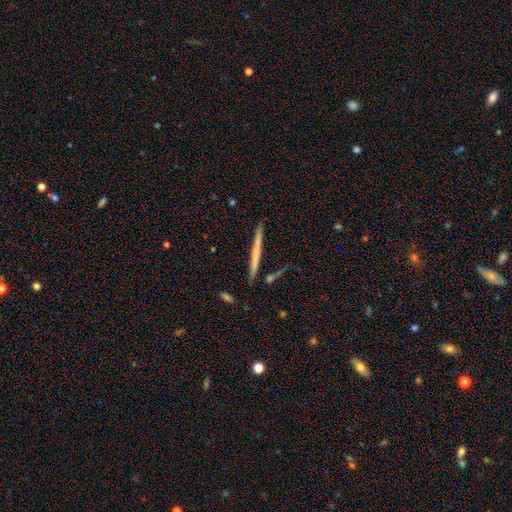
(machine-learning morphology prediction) Smooth or featured?
  - smooth: 47% * (tied)
  - featured or disk: 47% * (tied)
  - star or artifact: 6%
Merging?
  - none: 85% *
  - minor disturbance: 10%
  - merger: 4%
  - major disturbance: 2%